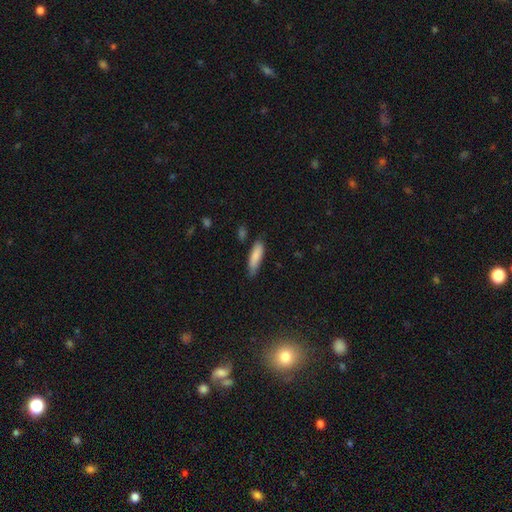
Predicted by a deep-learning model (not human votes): A smooth galaxy with no disk features (85%) that is cigar-shaped (60%). Merging: none (75%).